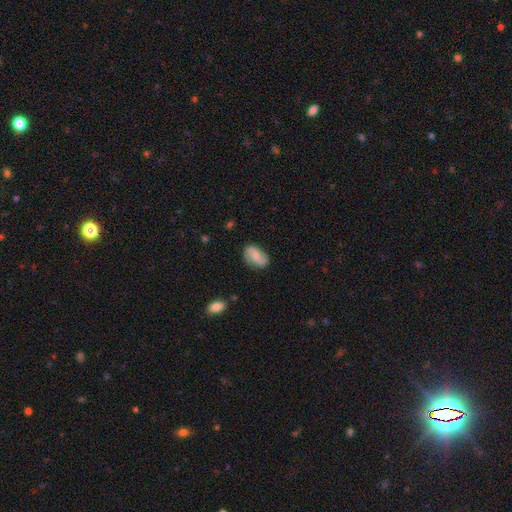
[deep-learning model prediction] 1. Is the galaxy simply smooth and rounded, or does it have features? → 51% featured or disk, 41% smooth, 7% star or artifact.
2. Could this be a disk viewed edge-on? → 96% no, 4% yes.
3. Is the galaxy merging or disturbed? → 78% none, 17% minor disturbance, 4% major disturbance, 2% merger.